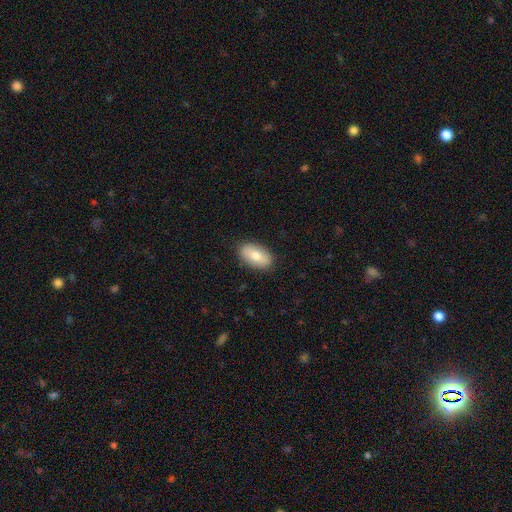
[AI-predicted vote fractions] smooth 76%, featured or disk 18%, star or artifact 6%. Down the decision tree: how rounded — in between (94%); merging — none (87%).